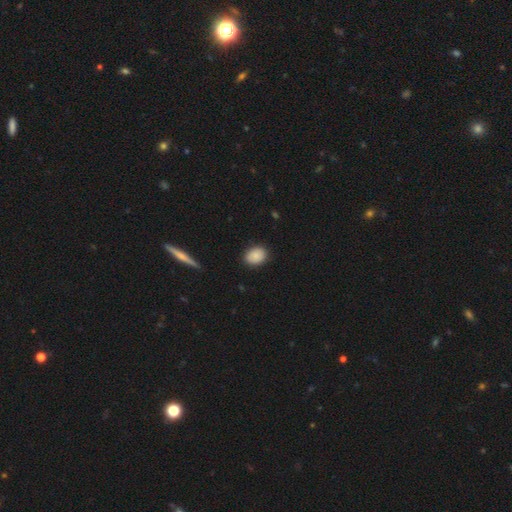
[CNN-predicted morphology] smooth-or-featured: smooth: 86% | star or artifact: 8% | featured or disk: 6%
  how-rounded: in between: 64% | round: 35% | cigar-shaped: 1%
  merging: none: 86% | minor disturbance: 11% | major disturbance: 2% | merger: 1%